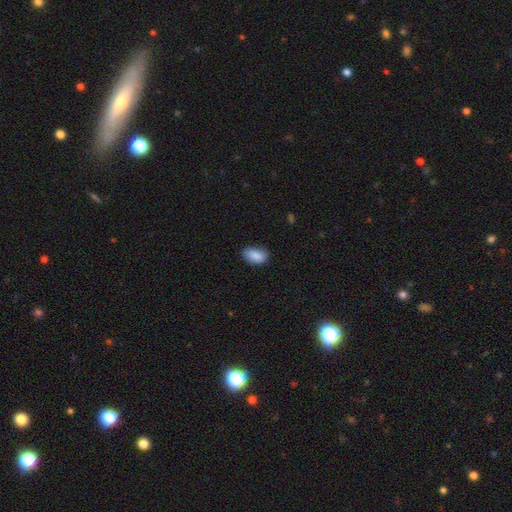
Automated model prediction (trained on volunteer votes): The model was most divided on "merging": none: 79%, minor disturbance: 17%, major disturbance: 3%, merger: 1%. More confident: how rounded — in between (92%); smooth or featured — smooth (89%).